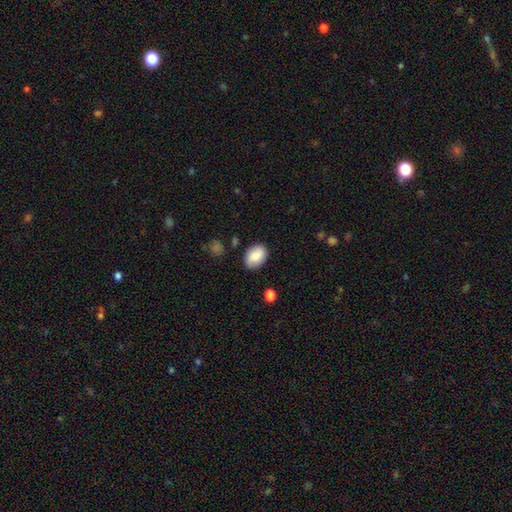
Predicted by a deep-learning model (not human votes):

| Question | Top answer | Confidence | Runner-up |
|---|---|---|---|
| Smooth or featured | smooth | 83% | featured or disk (10%) |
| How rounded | in between | 83% | round (16%) |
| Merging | none | 82% | minor disturbance (13%) |